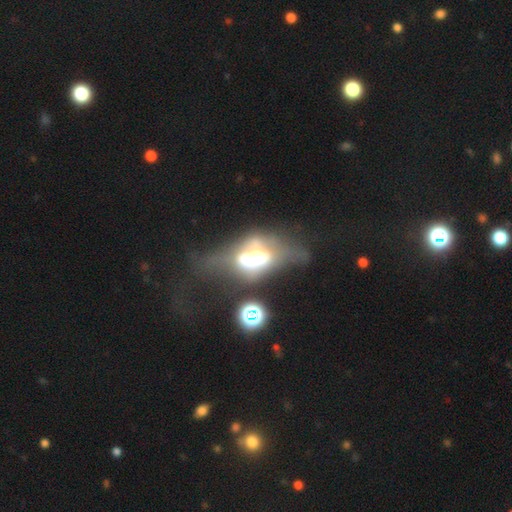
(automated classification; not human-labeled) This appears to be a featured or disk galaxy (55%). Merging: major disturbance (42%).